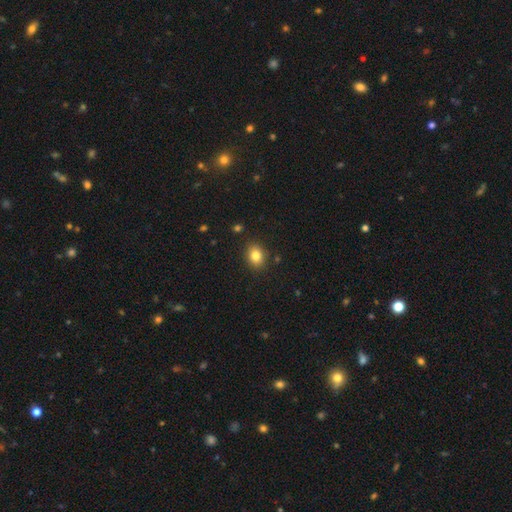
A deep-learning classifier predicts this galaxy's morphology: smooth_or_featured: smooth (p=0.83) [alt: star or artifact p=0.10]
how_rounded: in between (p=0.55) [alt: round p=0.44]
merging: none (p=0.87) [alt: minor disturbance p=0.09]